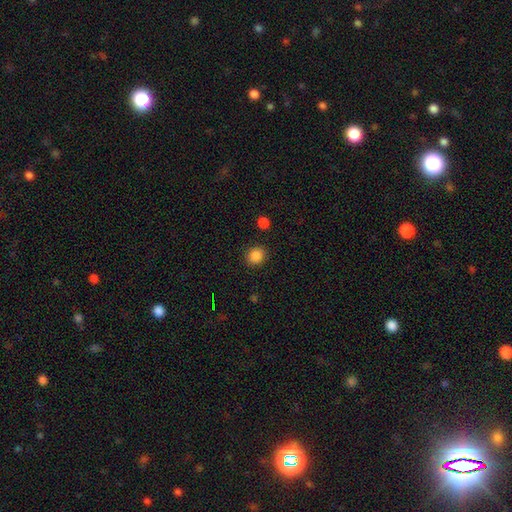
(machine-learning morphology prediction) Smooth or featured: smooth — 86% (star or artifact — 11%)
How rounded: round — 77% (in between — 22%)
Merging: none — 88% (minor disturbance — 7%)